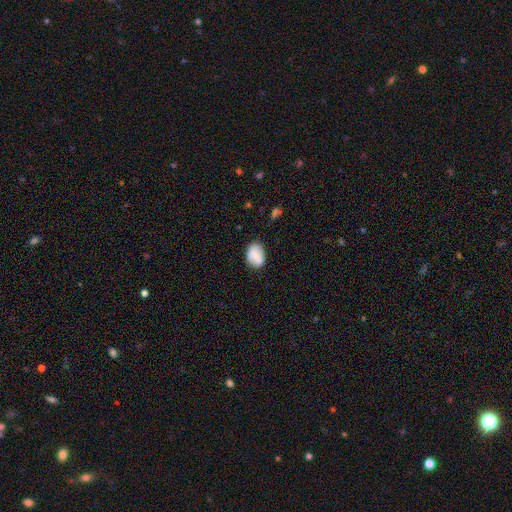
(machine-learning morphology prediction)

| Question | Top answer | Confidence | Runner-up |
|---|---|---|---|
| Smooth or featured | smooth | 71% | featured or disk (21%) |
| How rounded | in between | 80% | round (19%) |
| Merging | none | 60% | minor disturbance (22%) |